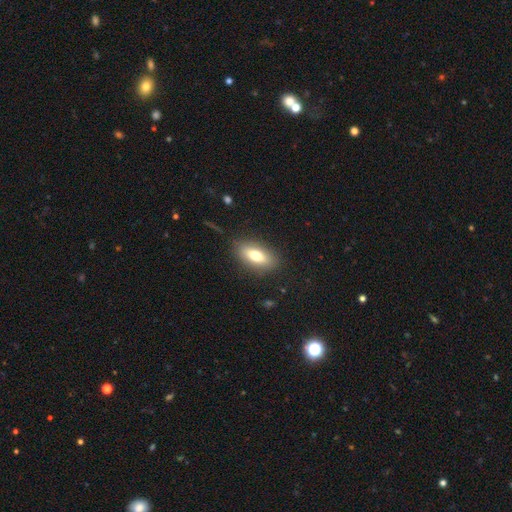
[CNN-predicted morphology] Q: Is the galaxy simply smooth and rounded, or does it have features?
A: smooth — 71%.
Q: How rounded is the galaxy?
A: in between — 82%.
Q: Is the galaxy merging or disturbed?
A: none — 86%.